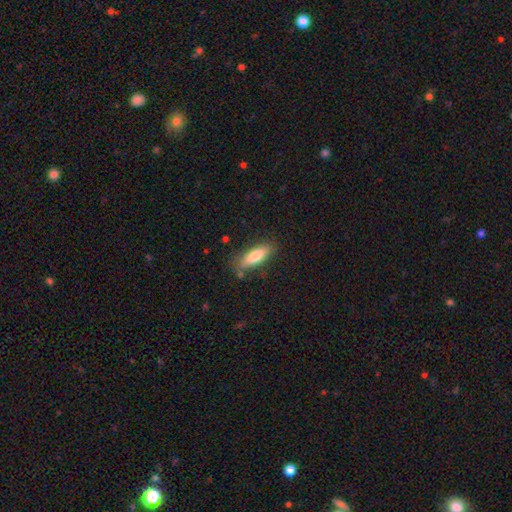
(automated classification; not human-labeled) Smooth or featured? Predicted: smooth (p=0.77). How rounded? Predicted: cigar-shaped (p=0.49, tied with in between). Merging? Predicted: none (p=0.80).